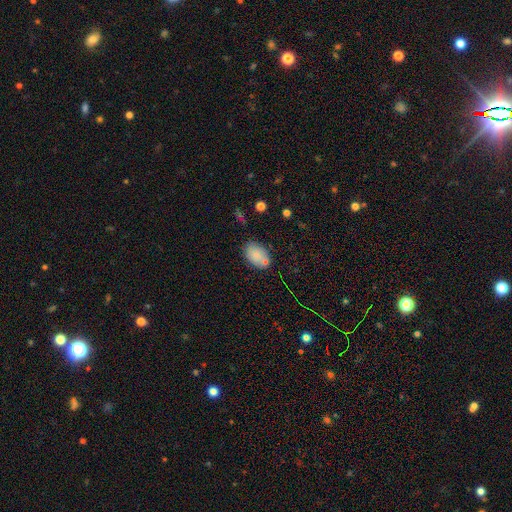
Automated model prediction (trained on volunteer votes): Smooth or featured? smooth (81%)
How rounded? in between (87%)
Merging? none (71%)